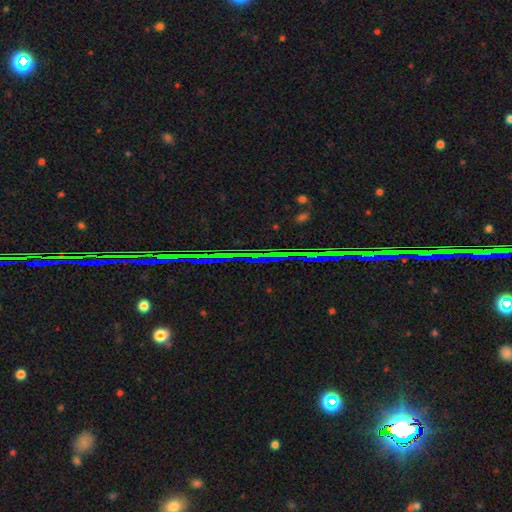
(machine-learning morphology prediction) smooth_or_featured: star or artifact (p=0.86) [alt: featured or disk p=0.08]